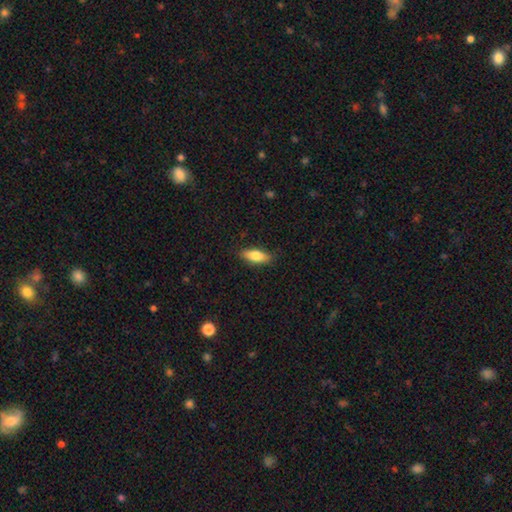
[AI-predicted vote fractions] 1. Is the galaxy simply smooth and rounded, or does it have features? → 74% smooth, 19% featured or disk, 6% star or artifact.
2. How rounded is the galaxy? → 67% in between, 30% cigar-shaped, 3% round.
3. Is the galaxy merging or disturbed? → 86% none, 11% minor disturbance, 2% major disturbance, 1% merger.